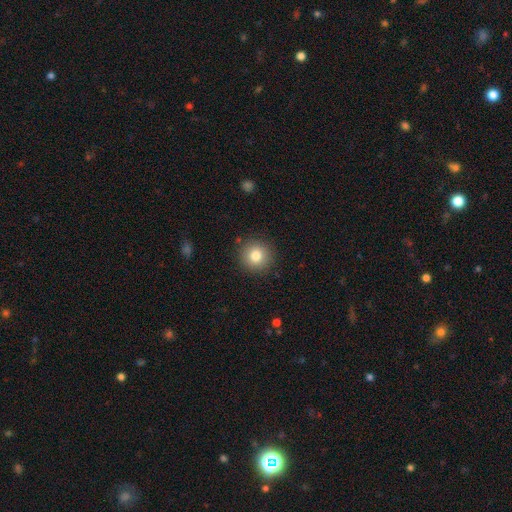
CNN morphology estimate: Smooth or featured: smooth — 82% (star or artifact — 10%)
How rounded: round — 94% (in between — 5%)
Merging: none — 90% (minor disturbance — 7%)